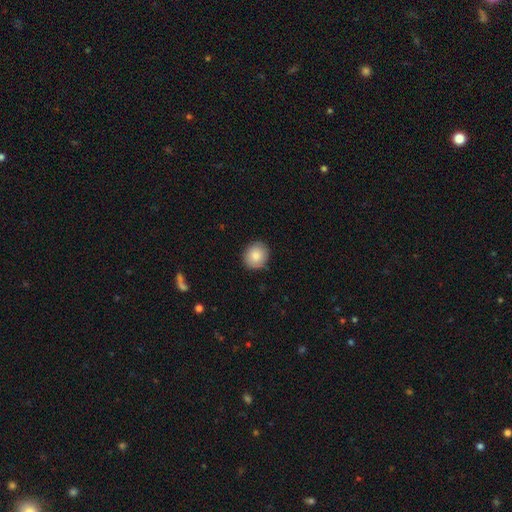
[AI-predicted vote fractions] A smooth galaxy with no disk features (84%) that is round (84%).

Vote fractions:
- Smooth or featured? smooth: 84% / featured or disk: 8% / star or artifact: 8%
- How rounded? round: 84% / in between: 15% / cigar-shaped: 1%
- Merging? none: 87% / minor disturbance: 10% / major disturbance: 2% / merger: 1%